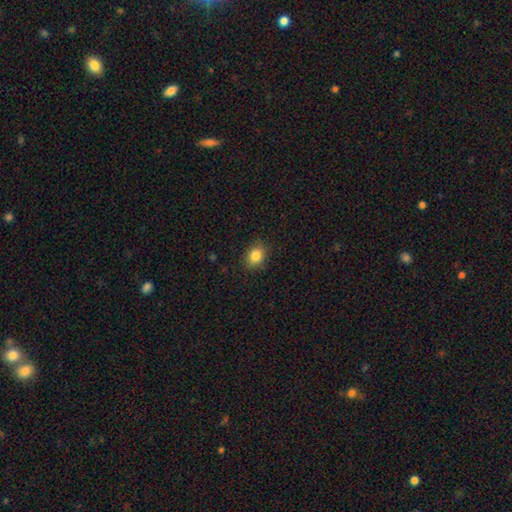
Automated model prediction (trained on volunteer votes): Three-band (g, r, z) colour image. It shows a smooth galaxy with no disk features (84%) that is round (50%). Merging: none (85%).